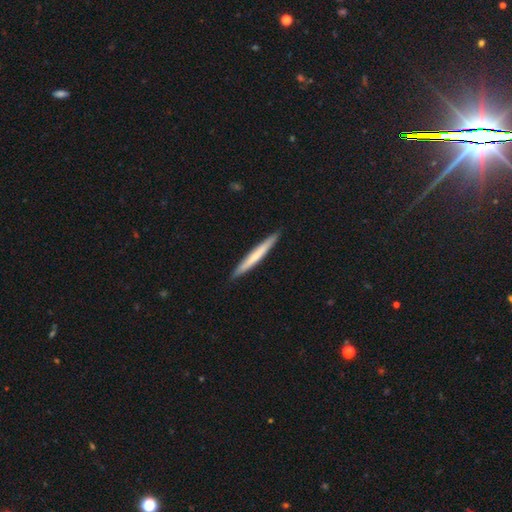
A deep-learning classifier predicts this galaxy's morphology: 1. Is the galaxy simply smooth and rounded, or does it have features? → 56% smooth, 39% featured or disk, 5% star or artifact.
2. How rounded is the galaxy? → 97% cigar-shaped, 2% in between, 1% round.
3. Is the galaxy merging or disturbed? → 92% none, 6% minor disturbance, 1% major disturbance, 1% merger.